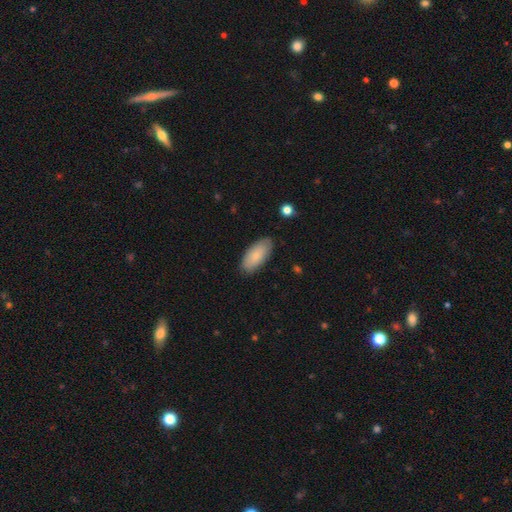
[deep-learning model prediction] smooth-or-featured: smooth: 82% | featured or disk: 12% | star or artifact: 6%
  how-rounded: in between: 90% | cigar-shaped: 8% | round: 2%
  merging: none: 85% | minor disturbance: 11% | major disturbance: 2% | merger: 1%